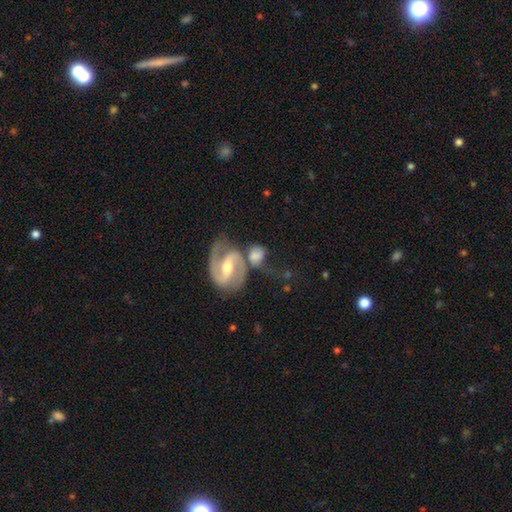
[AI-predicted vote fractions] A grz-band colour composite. It shows a featured or disk galaxy (70%) with a strong bar (40%), 2 (90%) medium (51%) spiral arms (92%) and a moderate central bulge (64%). Merging: none (41%).